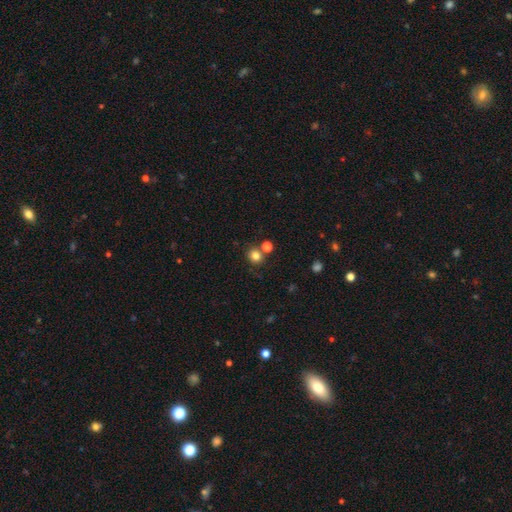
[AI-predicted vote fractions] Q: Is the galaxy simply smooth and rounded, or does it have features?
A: smooth — 80%.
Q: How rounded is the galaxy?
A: round — 83%.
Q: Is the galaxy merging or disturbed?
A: none — 71%.